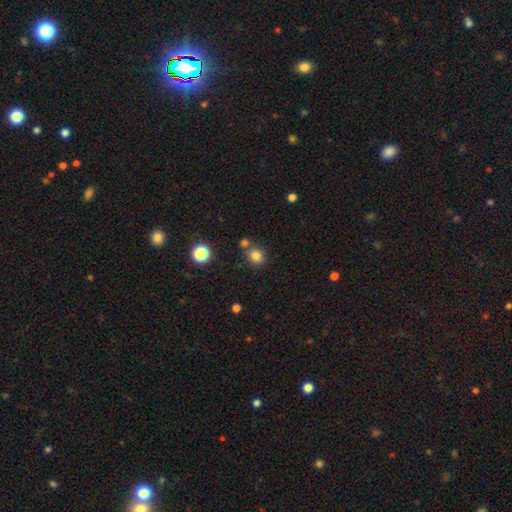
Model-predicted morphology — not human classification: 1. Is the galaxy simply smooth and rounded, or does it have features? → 80% smooth, 14% star or artifact, 6% featured or disk.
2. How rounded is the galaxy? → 84% round, 15% in between, 1% cigar-shaped.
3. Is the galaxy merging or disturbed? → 73% none, 15% merger, 9% minor disturbance, 3% major disturbance.